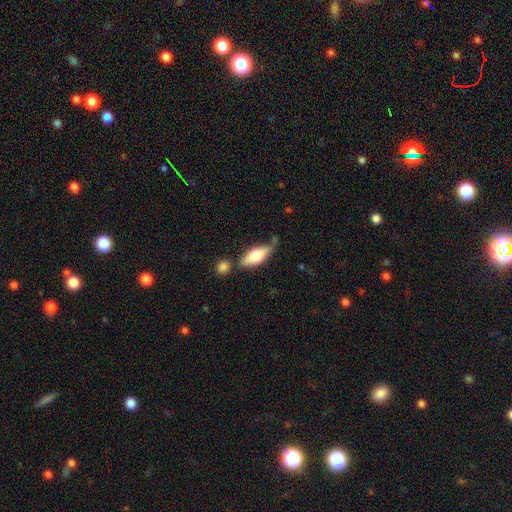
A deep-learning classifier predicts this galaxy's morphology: Q: Smooth or featured?
A: smooth (61%); runner-up: featured or disk (33%)
Q: How rounded?
A: in between (65%); runner-up: cigar-shaped (32%)
Q: Merging?
A: none (65%); runner-up: minor disturbance (18%)